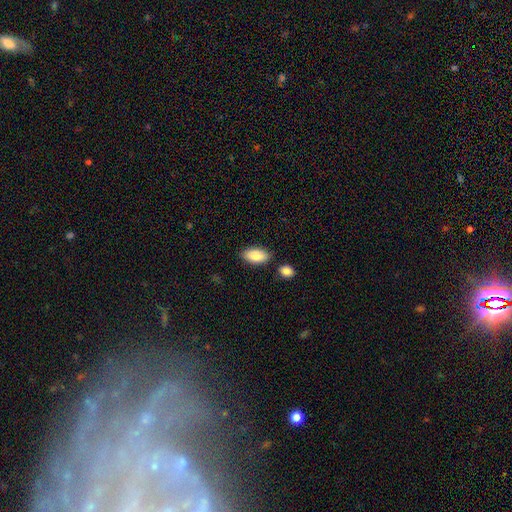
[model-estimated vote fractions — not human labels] smooth-or-featured: smooth: 85% | featured or disk: 9% | star or artifact: 6%
  how-rounded: in between: 92% | cigar-shaped: 5% | round: 3%
  merging: none: 81% | minor disturbance: 11% | merger: 5% | major disturbance: 2%